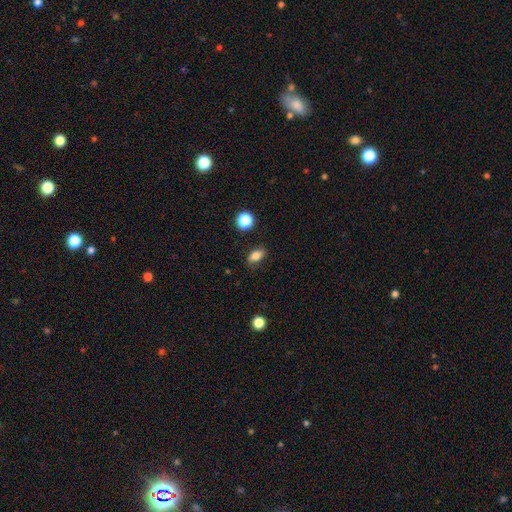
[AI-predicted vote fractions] Smooth or featured?
  - smooth: 80% *
  - star or artifact: 10%
  - featured or disk: 9%
How rounded?
  - in between: 83% *
  - round: 12%
  - cigar-shaped: 4%
Merging?
  - none: 81% *
  - minor disturbance: 14%
  - major disturbance: 3%
  - merger: 2%